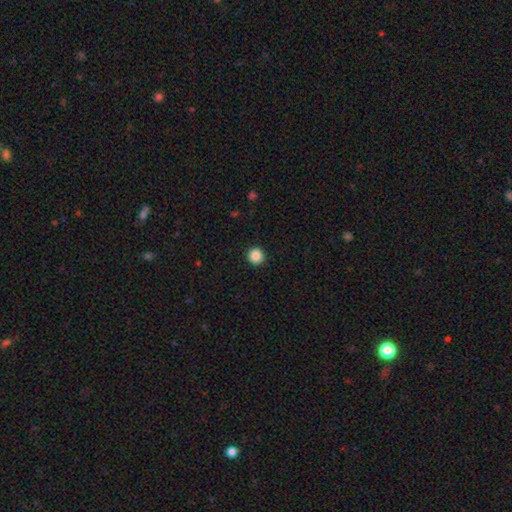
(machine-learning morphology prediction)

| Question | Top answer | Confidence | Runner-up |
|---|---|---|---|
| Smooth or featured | smooth | 87% | star or artifact (10%) |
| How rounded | round | 95% | in between (4%) |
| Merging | none | 93% | minor disturbance (4%) |